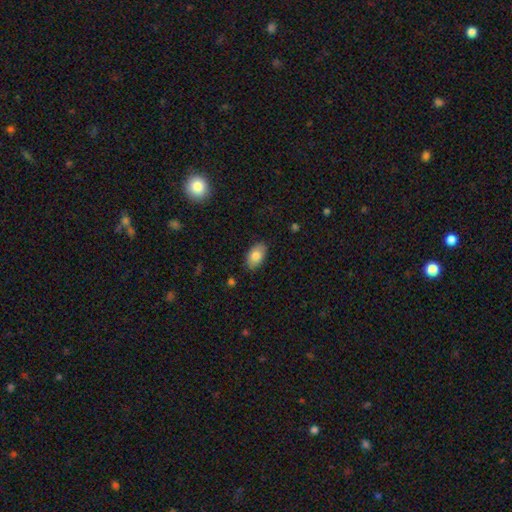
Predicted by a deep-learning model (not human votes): This is clearly a smooth galaxy (82%). How rounded: clearly in between (92%). Merging: clearly none (85%).